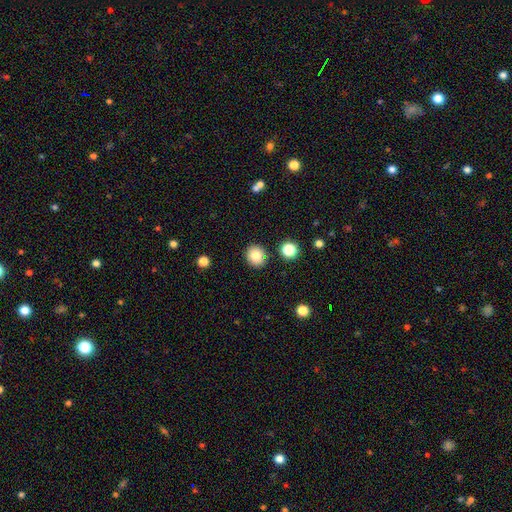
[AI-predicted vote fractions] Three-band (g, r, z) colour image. It shows a smooth galaxy with no disk features (81%) that is round (82%). Merging: none (86%).